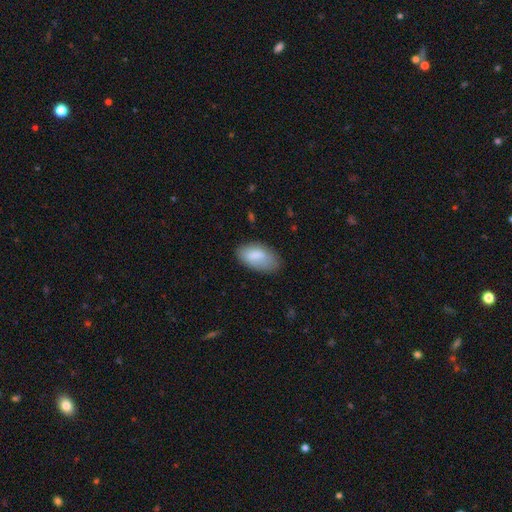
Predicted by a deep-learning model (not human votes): Q: Smooth or featured?
A: smooth (82%); runner-up: featured or disk (11%)
Q: How rounded?
A: in between (94%); runner-up: round (3%)
Q: Merging?
A: none (73%); runner-up: minor disturbance (21%)